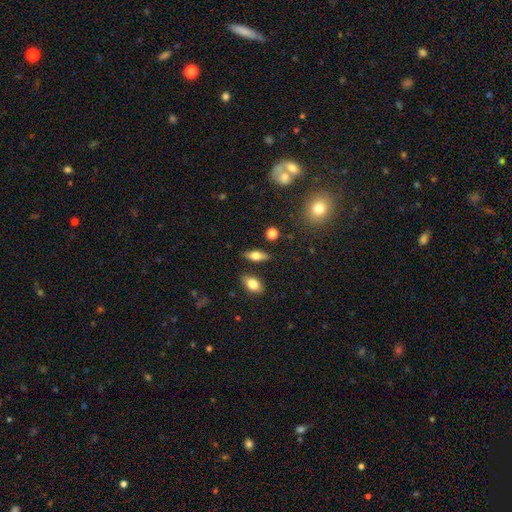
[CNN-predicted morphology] This appears to be a smooth galaxy with no disk features (61%) that is in between round and cigar-shaped (68%). Merging: none (82%).